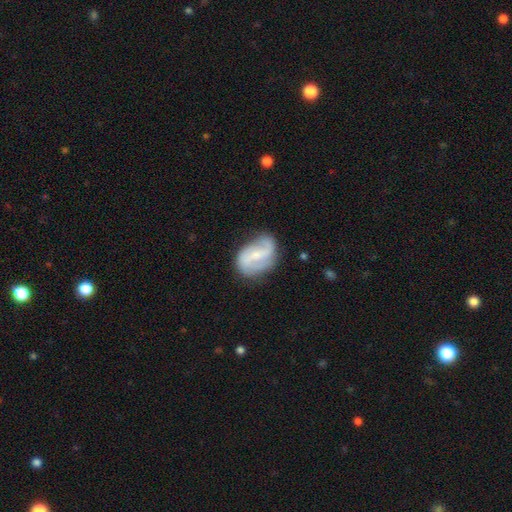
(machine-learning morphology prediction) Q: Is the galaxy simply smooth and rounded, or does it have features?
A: featured or disk — 72%.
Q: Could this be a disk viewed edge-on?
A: no — 97%.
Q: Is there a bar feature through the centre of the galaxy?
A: weak — 46%.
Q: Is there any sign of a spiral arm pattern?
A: yes — 87%.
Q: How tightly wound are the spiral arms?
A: loose — 46%.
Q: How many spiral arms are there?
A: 2 — 82%.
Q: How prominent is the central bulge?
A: small — 58%.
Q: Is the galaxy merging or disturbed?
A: none — 66%.